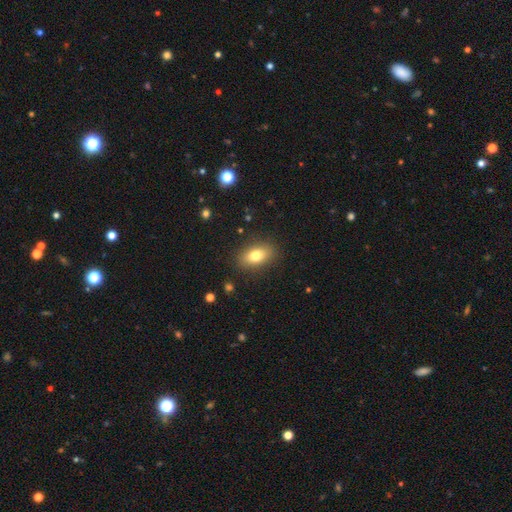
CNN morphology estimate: The model was most divided on "smooth or featured": smooth: 76%, featured or disk: 14%, star or artifact: 9%. More confident: merging — none (87%); how rounded — in between (84%).